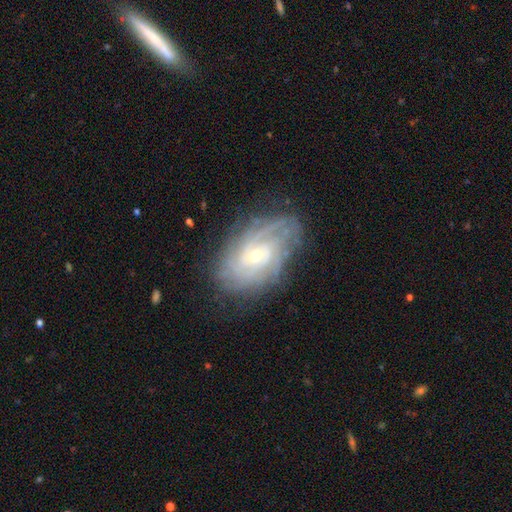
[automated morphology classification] A featured or disk galaxy (83%) with no bar (56%), tight (72%) spiral arms (94%) and a small central bulge (62%).

Vote fractions:
- Smooth or featured? featured or disk: 83% / smooth: 10% / star or artifact: 7%
- Edge-on disk? no: 95% / yes: 5%
- Bar? no: 56% / weak: 36% / strong: 8%
- Spiral arms? yes: 94% / no: 6%
- Spiral winding? tight: 72% / medium: 22% / loose: 6%
- Spiral arm count? can't tell: 44% / 4: 16% / 2: 12% / 3: 12% / more than 4: 11% / 1: 5%
- Bulge size? small: 62% / moderate: 34% / large: 2% / none: 1% / dominant: 1%
- Merging? none: 74% / minor disturbance: 18% / major disturbance: 7% / merger: 1%